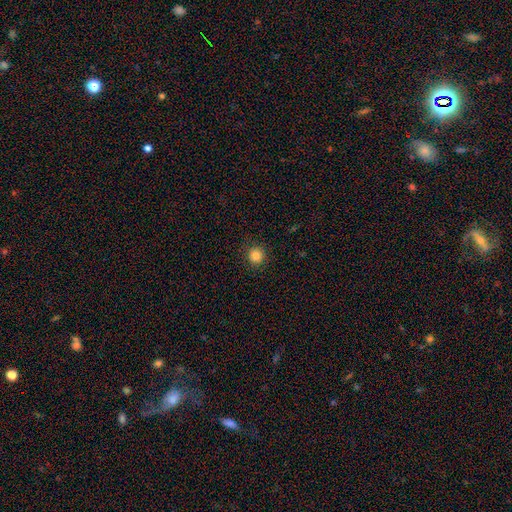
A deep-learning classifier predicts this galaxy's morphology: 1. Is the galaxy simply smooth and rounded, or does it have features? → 84% smooth, 11% star or artifact, 5% featured or disk.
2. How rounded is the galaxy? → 94% round, 5% in between, 1% cigar-shaped.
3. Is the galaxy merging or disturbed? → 90% none, 6% minor disturbance, 2% major disturbance, 1% merger.